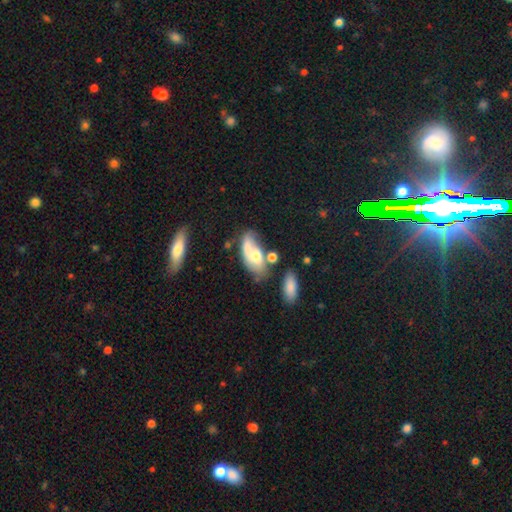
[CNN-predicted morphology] Overall: smooth (55%; featured or disk 36%). How rounded: in between (87%). Merging: none (31%; merger 30%).